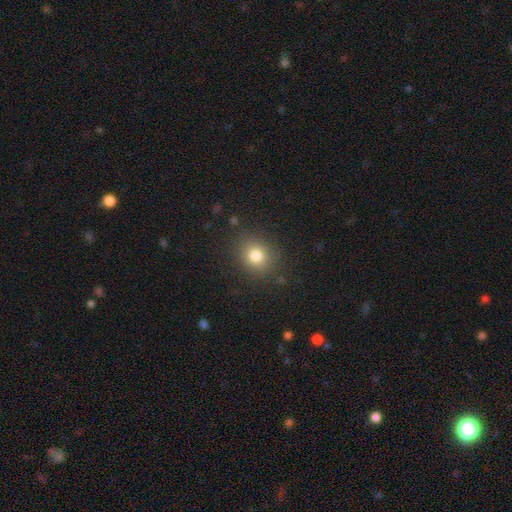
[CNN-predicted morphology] smooth-or-featured: smooth: 80% | star or artifact: 13% | featured or disk: 8%
  how-rounded: round: 73% | in between: 26% | cigar-shaped: 1%
  merging: none: 86% | minor disturbance: 9% | major disturbance: 3% | merger: 1%